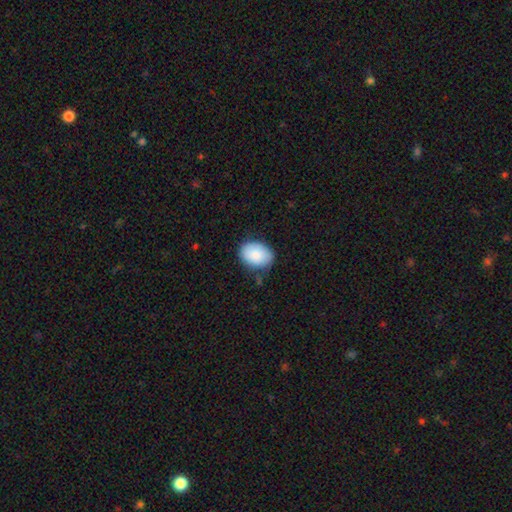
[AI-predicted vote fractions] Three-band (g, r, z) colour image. It shows a smooth galaxy with no disk features (87%) that is in between round and cigar-shaped (78%). Merging: none (78%).